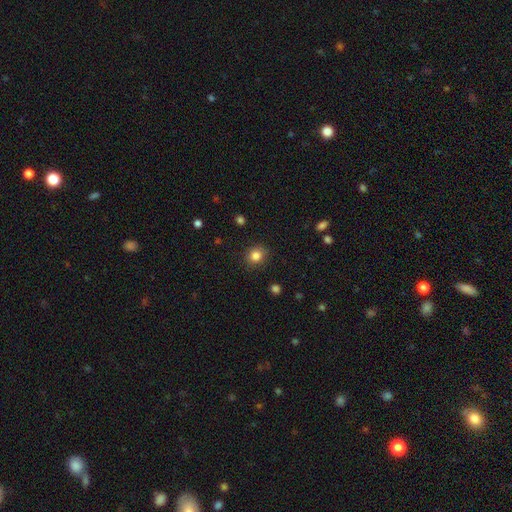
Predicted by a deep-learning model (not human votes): Smooth or featured? smooth (84%)
How rounded? round (79%)
Merging? none (88%)